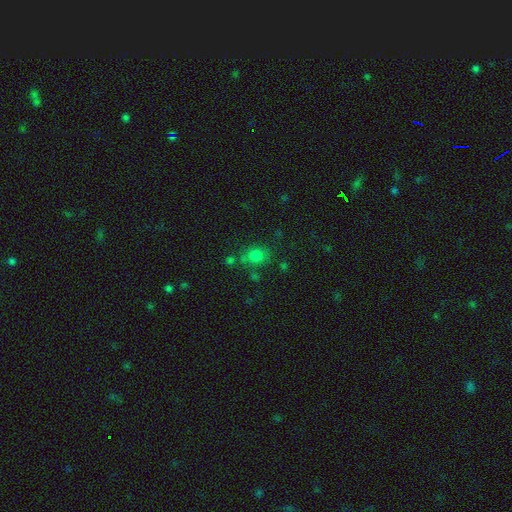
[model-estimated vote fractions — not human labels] Smooth or featured? Predicted: smooth (p=0.76). How rounded? Predicted: round (p=0.56). Merging? Predicted: none (p=0.65).